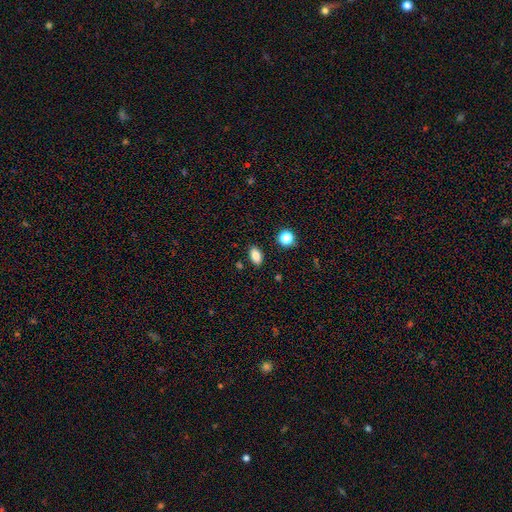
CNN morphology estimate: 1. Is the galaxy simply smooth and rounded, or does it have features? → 84% smooth, 10% star or artifact, 6% featured or disk.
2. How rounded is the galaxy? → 88% in between, 9% round, 3% cigar-shaped.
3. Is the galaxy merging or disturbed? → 86% none, 9% minor disturbance, 2% merger, 2% major disturbance.